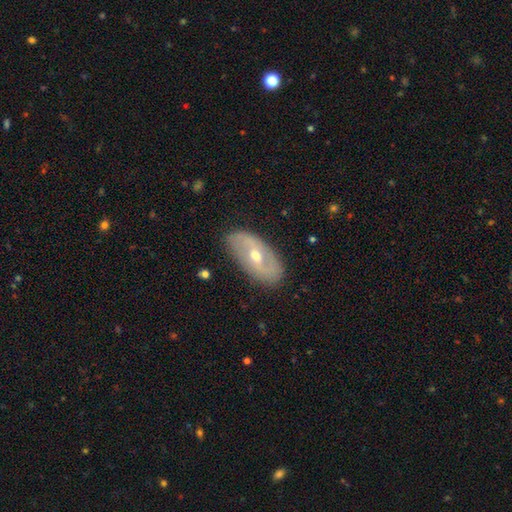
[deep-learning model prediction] The model was most divided on "bar": weak: 47%, no: 32%, strong: 21%. More confident: edge-on disk — no (91%); merging — none (82%); spiral arms — yes (69%); bulge size — moderate (68%); smooth or featured — featured or disk (68%).